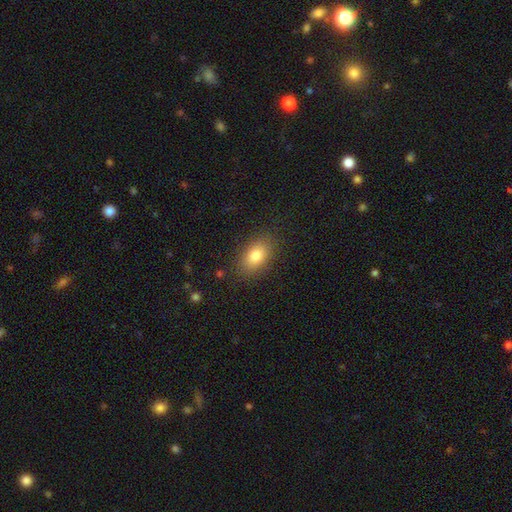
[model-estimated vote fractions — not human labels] Q: Smooth or featured?
A: smooth (81%); runner-up: featured or disk (10%)
Q: How rounded?
A: in between (87%); runner-up: round (11%)
Q: Merging?
A: none (85%); runner-up: minor disturbance (10%)